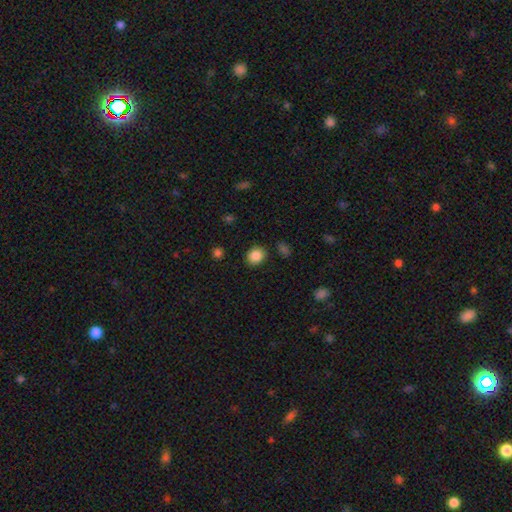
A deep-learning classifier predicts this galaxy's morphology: Smooth or featured: smooth — 87% (star or artifact — 9%)
How rounded: round — 69% (in between — 30%)
Merging: none — 87% (minor disturbance — 8%)